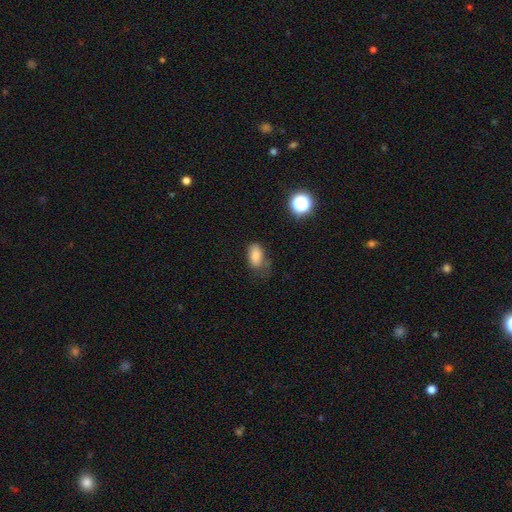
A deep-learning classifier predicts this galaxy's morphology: smooth 81%, star or artifact 10%, featured or disk 8%. Down the decision tree: how rounded — in between (90%); merging — none (47%).